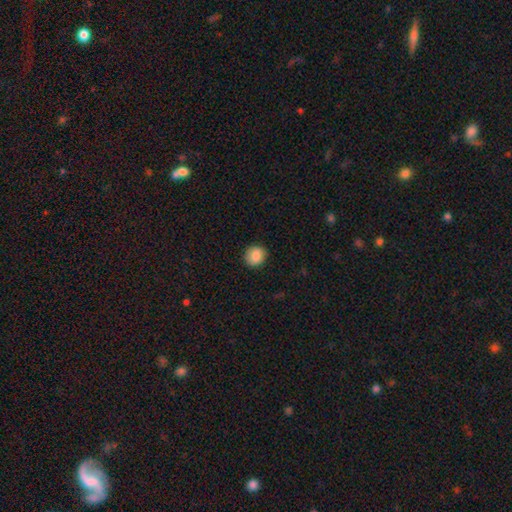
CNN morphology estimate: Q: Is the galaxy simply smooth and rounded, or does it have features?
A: smooth — 87%.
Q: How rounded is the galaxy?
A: round — 83%.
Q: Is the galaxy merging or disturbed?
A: none — 89%.